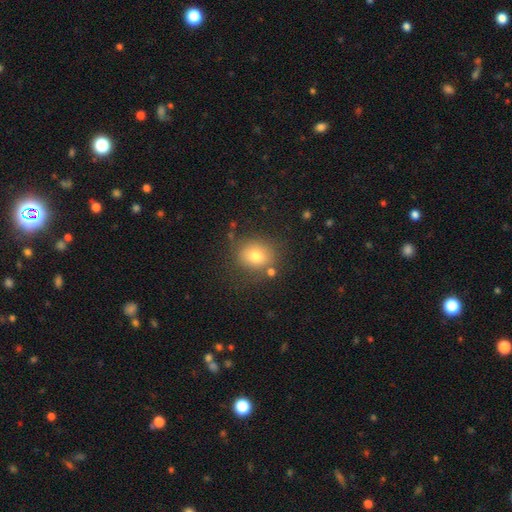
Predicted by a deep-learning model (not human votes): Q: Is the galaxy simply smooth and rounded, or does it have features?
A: smooth — 76%.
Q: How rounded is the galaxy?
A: round — 65%.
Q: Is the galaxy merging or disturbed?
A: none — 76%.